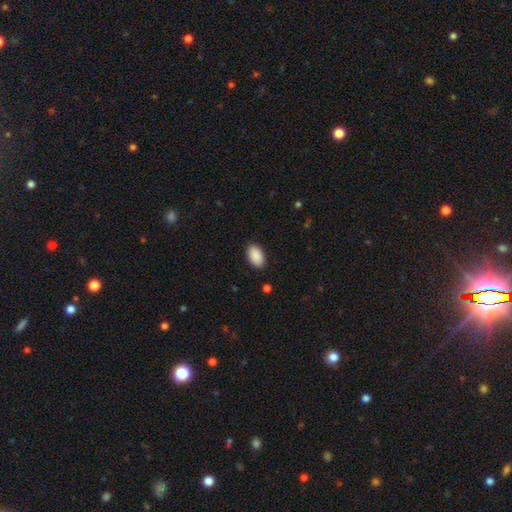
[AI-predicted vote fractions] Overall: smooth (91%). How rounded: in between (94%). Merging: none (89%).